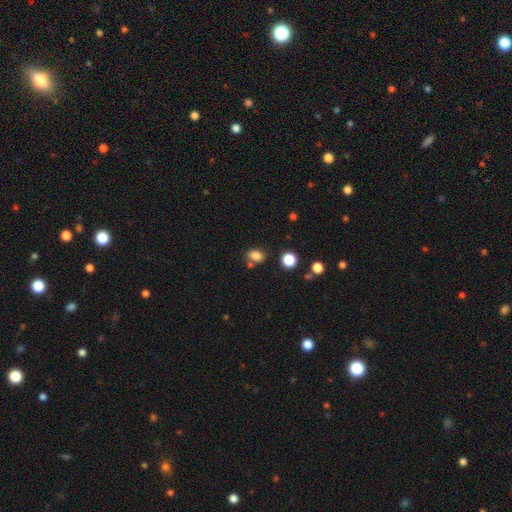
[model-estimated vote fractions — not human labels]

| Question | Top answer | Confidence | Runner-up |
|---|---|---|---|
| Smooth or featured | smooth | 82% | star or artifact (13%) |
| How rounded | in between | 72% | round (27%) |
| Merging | none | 67% | minor disturbance (16%) |